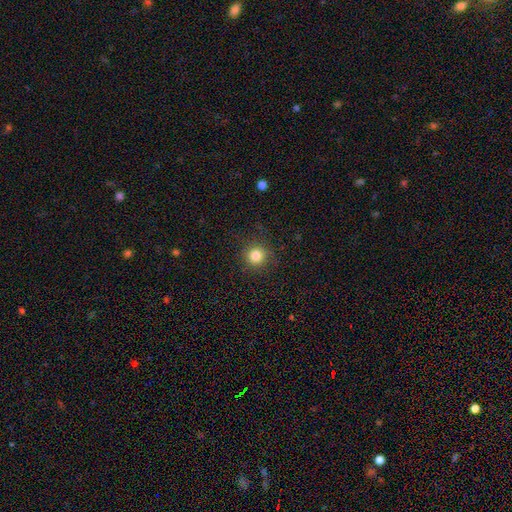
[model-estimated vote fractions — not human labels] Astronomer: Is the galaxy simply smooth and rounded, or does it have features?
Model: smooth — 83%.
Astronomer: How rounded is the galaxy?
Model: round — 94%.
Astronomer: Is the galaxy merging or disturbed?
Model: none — 88%.